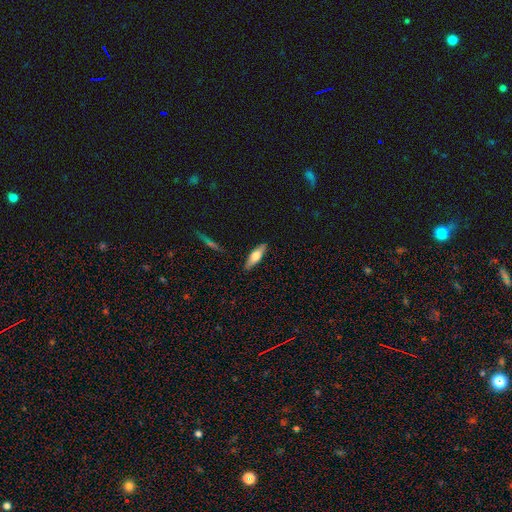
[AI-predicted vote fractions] A smooth galaxy with no disk features (62%) that is in between round and cigar-shaped (51%). Merging: none (87%).